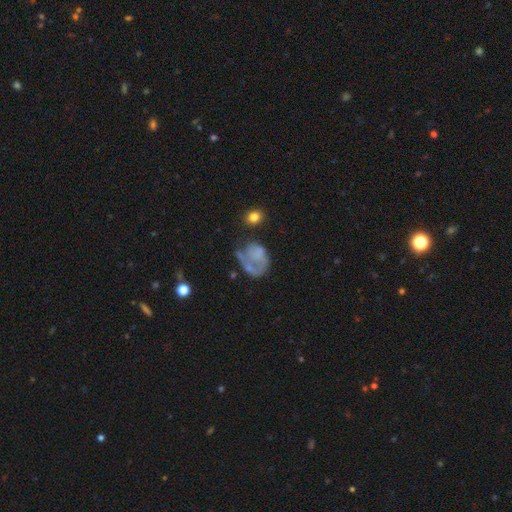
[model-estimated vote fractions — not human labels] smooth_or_featured: featured or disk (p=0.46) [alt: smooth p=0.43]
merging: major disturbance (p=0.39) [alt: none p=0.30]